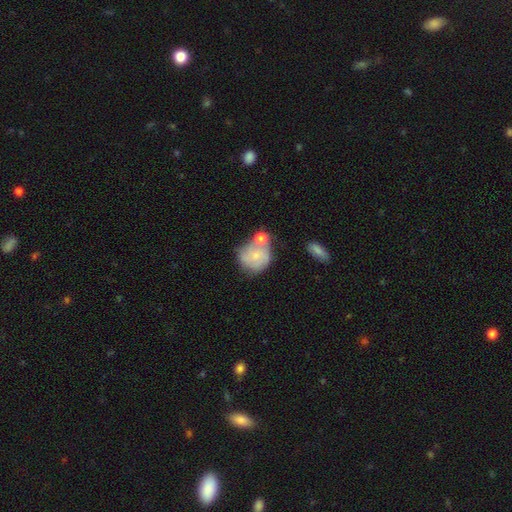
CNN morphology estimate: This appears to be a smooth galaxy with no disk features (54%) that is round (70%). Merging: merger (37%).